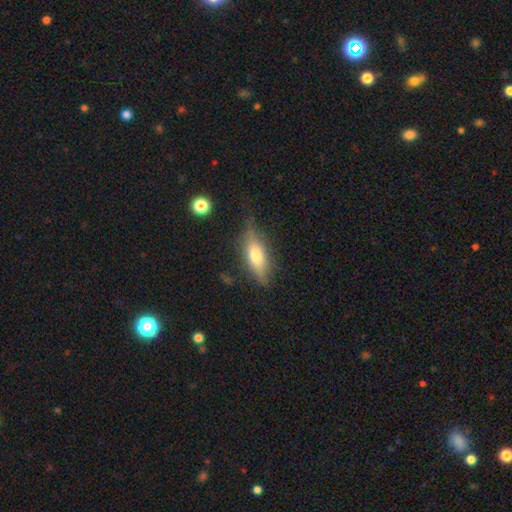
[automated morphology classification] Q: Smooth or featured?
A: smooth (62%); runner-up: featured or disk (31%)
Q: How rounded?
A: in between (60%); runner-up: cigar-shaped (36%)
Q: Merging?
A: none (68%); runner-up: minor disturbance (23%)